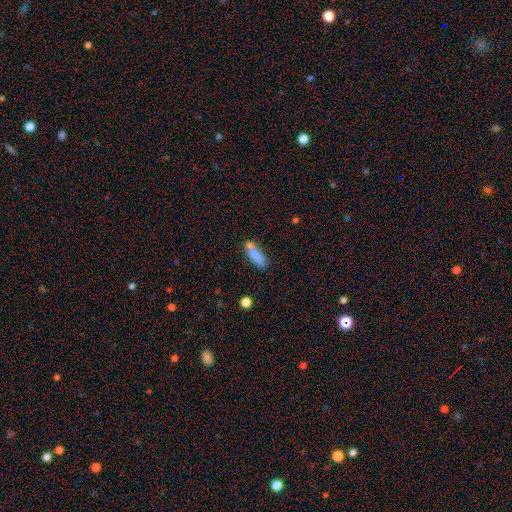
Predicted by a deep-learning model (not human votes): Smooth or featured? smooth (77%)
How rounded? cigar-shaped (51%)
Merging? none (53%)